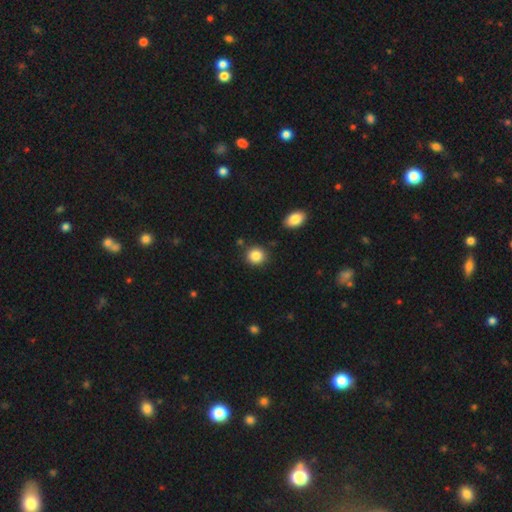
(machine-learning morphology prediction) type=smooth (87%); roundness=round (86%); merging=none (86%).